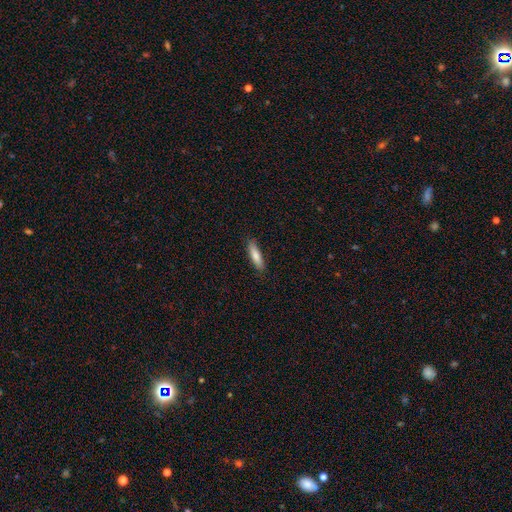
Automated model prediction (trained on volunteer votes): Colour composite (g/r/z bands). It shows a smooth galaxy with no disk features (79%) that is cigar-shaped (74%). Merging: none (87%).